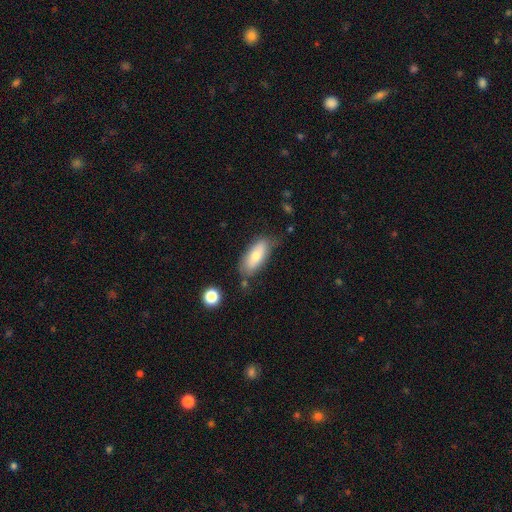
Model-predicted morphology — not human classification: smooth-or-featured: smooth: 71% | featured or disk: 22% | star or artifact: 7%
  how-rounded: in between: 82% | cigar-shaped: 15% | round: 3%
  merging: none: 65% | minor disturbance: 24% | major disturbance: 6% | merger: 5%